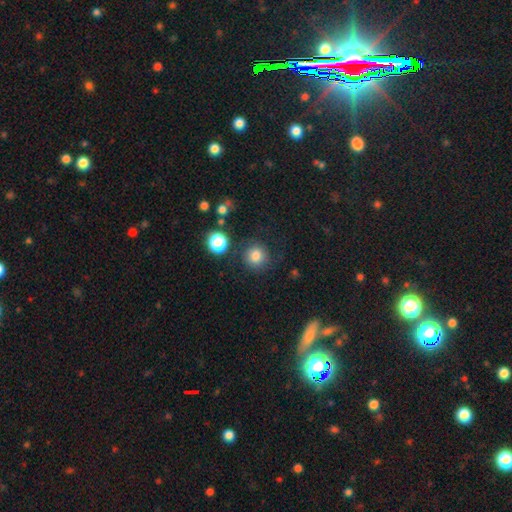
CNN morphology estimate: smooth_or_featured: smooth (p=0.80) [alt: star or artifact p=0.14]
how_rounded: round (p=0.92) [alt: in between p=0.07]
merging: none (p=0.82) [alt: minor disturbance p=0.10]